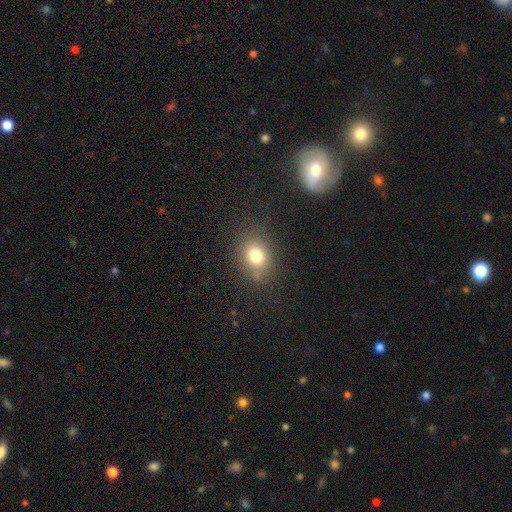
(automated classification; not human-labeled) A smooth galaxy with no disk features (76%) that is in between round and cigar-shaped (51%).

Vote fractions:
- Smooth or featured? smooth: 76% / star or artifact: 14% / featured or disk: 10%
- How rounded? in between: 51% / round: 48% / cigar-shaped: 1%
- Merging? none: 78% / minor disturbance: 13% / major disturbance: 5% / merger: 3%